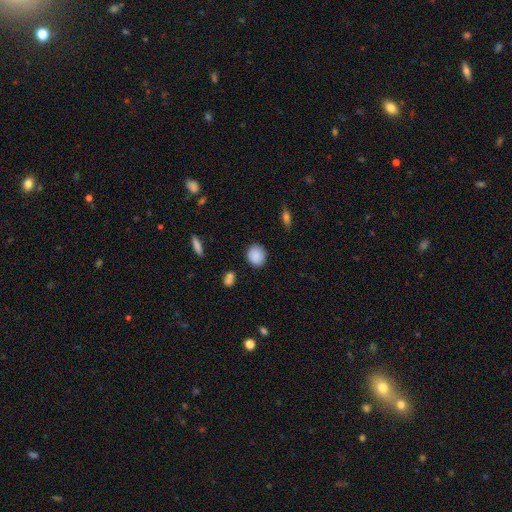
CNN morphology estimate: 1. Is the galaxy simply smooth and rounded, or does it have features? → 87% smooth, 8% star or artifact, 5% featured or disk.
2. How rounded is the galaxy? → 79% round, 20% in between, 1% cigar-shaped.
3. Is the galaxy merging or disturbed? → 87% none, 9% minor disturbance, 2% major disturbance, 2% merger.